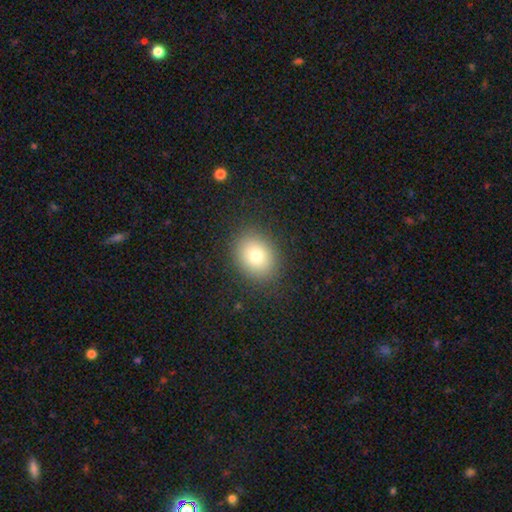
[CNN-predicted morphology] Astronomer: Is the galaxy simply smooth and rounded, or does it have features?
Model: smooth — 78%.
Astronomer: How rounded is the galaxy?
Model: round — 54% (runner-up: in between, 45%).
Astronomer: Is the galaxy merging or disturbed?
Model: none — 88%.